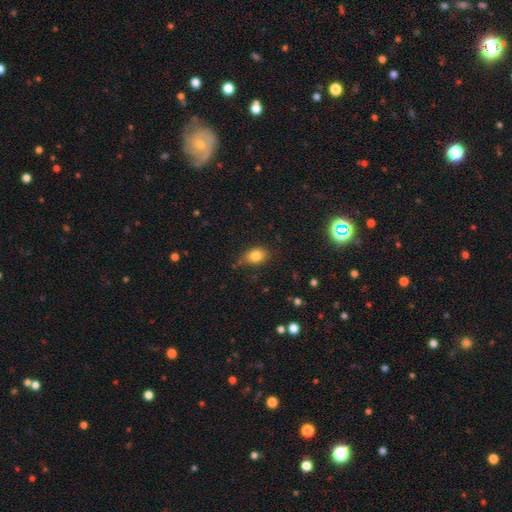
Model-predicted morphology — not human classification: Overall: smooth (82%). How rounded: in between (76%). Merging: none (72%).